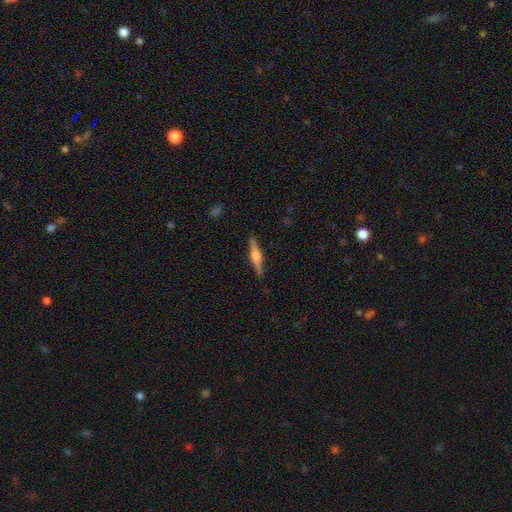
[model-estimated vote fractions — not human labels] Q: Smooth or featured?
A: featured or disk (74%); runner-up: smooth (20%)
Q: Edge-on disk?
A: yes (98%); runner-up: no (2%)
Q: Edge-on bulge?
A: rounded (85%); runner-up: boxy (12%)
Q: Merging?
A: none (89%); runner-up: minor disturbance (8%)